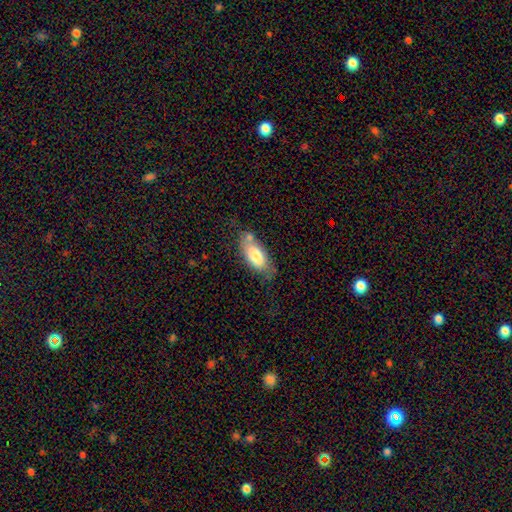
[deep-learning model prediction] Smooth or featured? Predicted: smooth (p=0.75). How rounded? Predicted: in between (p=0.86). Merging? Predicted: none (p=0.59).